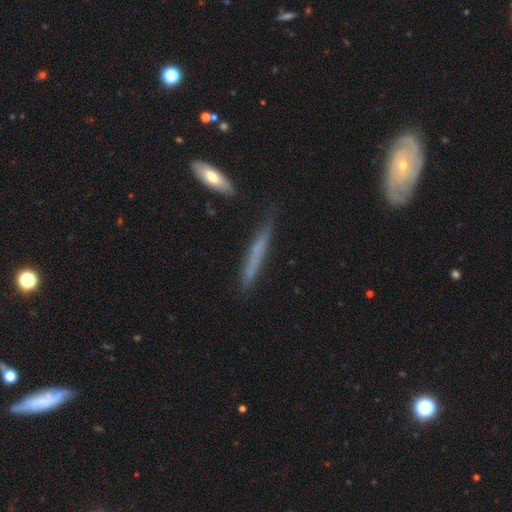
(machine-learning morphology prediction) Q: Smooth or featured?
A: smooth (54%); runner-up: featured or disk (37%)
Q: How rounded?
A: cigar-shaped (94%); runner-up: in between (5%)
Q: Merging?
A: none (75%); runner-up: minor disturbance (18%)